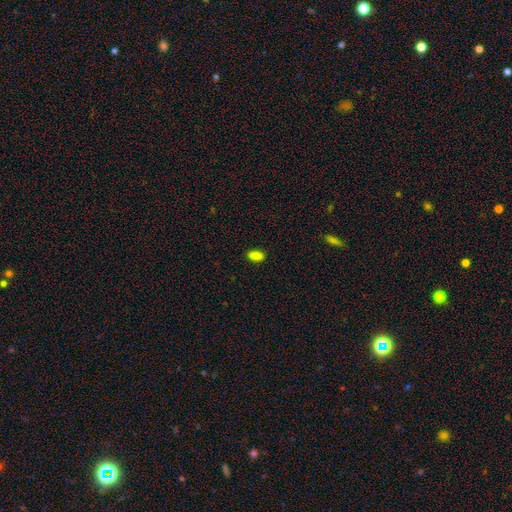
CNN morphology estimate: The model was most divided on "smooth or featured": smooth: 87%, star or artifact: 10%, featured or disk: 3%. More confident: how rounded — in between (89%); merging — none (88%).